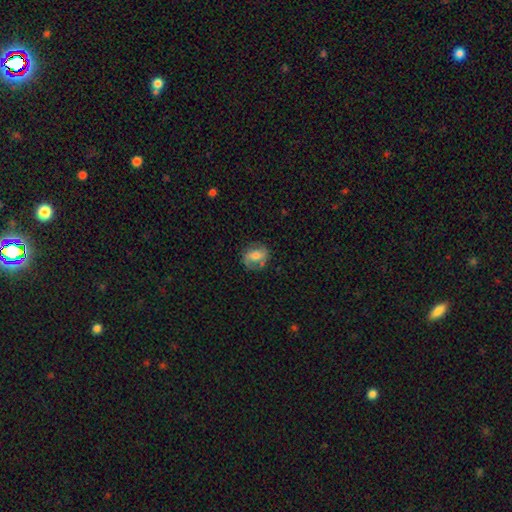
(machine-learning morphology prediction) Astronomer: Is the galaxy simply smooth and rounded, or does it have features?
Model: smooth — 47% (runner-up: featured or disk, 45%).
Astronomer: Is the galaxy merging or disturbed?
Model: none — 69%.